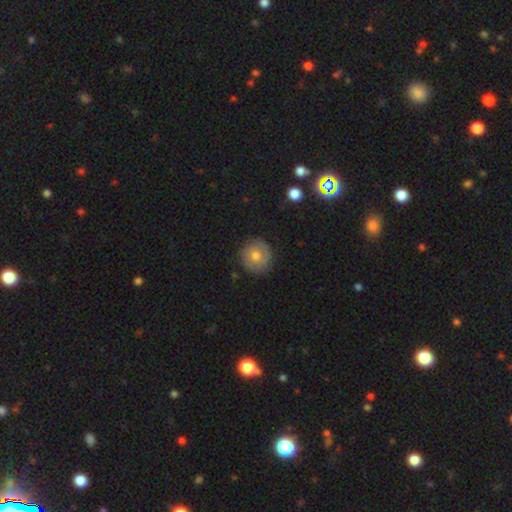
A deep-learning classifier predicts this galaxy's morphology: This appears to be a smooth galaxy with no disk features (54%) that is round (92%). Merging: none (83%).